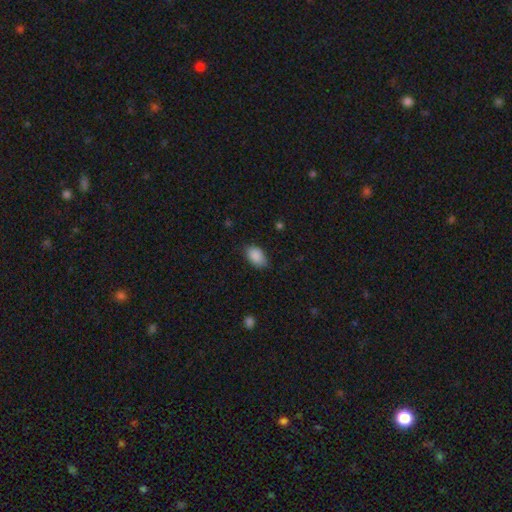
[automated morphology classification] Smooth or featured?
  - smooth: 89% *
  - star or artifact: 7%
  - featured or disk: 4%
How rounded?
  - in between: 89% *
  - round: 10%
  - cigar-shaped: 1%
Merging?
  - none: 78% *
  - minor disturbance: 17%
  - major disturbance: 4%
  - merger: 1%